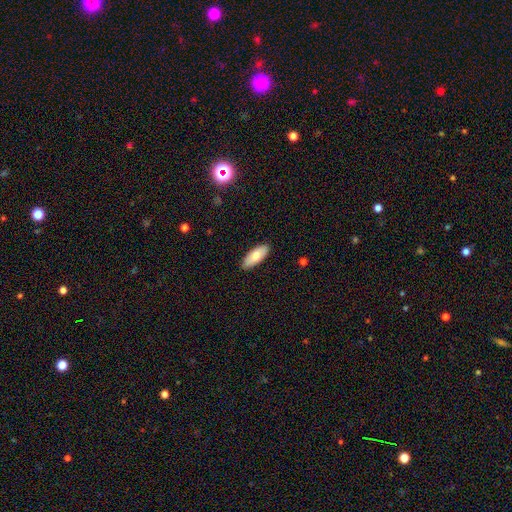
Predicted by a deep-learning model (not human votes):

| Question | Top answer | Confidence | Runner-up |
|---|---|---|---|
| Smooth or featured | smooth | 75% | featured or disk (19%) |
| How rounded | in between | 81% | cigar-shaped (17%) |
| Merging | none | 88% | minor disturbance (9%) |